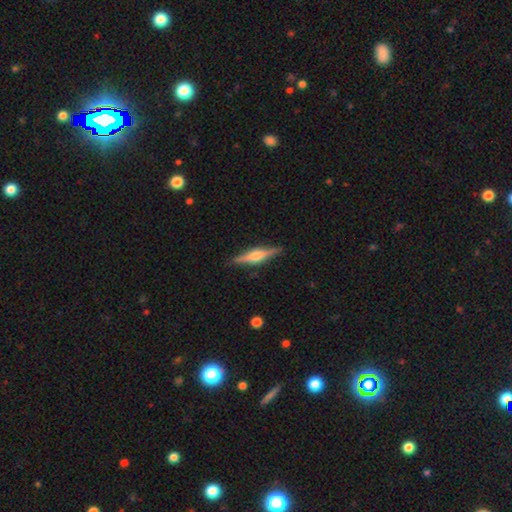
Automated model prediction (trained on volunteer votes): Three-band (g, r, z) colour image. It shows a featured or disk galaxy (72%) viewed edge-on (97%) with a rounded central bulge (86%). Merging: none (89%).